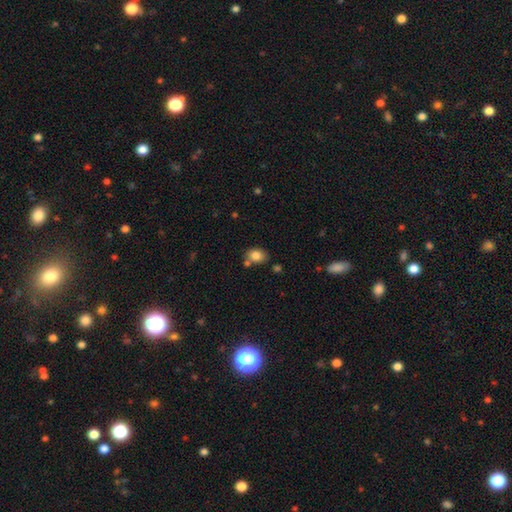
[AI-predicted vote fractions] smooth-or-featured: smooth: 83% | star or artifact: 9% | featured or disk: 8%
  how-rounded: in between: 67% | round: 32% | cigar-shaped: 1%
  merging: none: 62% | minor disturbance: 17% | merger: 17% | major disturbance: 4%